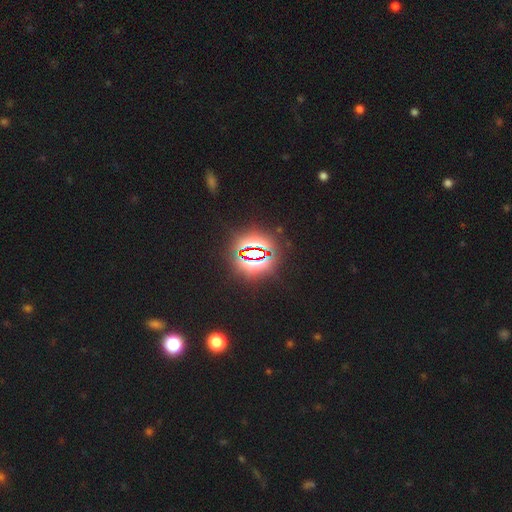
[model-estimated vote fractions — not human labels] Smooth or featured? Predicted: star or artifact (p=0.78).